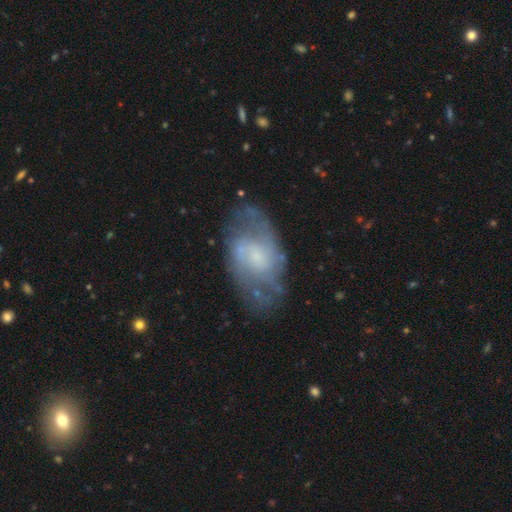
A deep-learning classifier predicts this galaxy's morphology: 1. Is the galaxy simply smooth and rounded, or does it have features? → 72% featured or disk, 21% smooth, 7% star or artifact.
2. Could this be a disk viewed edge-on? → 95% no, 5% yes.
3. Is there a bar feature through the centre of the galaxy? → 57% no, 37% weak, 6% strong.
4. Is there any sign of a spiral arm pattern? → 81% yes, 19% no.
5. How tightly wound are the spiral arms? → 44% medium, 32% tight, 24% loose.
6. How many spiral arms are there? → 56% 2, 31% can't tell, 5% 3, 3% 1, 3% 4, 2% more than 4.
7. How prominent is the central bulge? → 51% small, 26% moderate, 16% none, 5% large, 1% dominant.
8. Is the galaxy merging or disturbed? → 69% none, 19% minor disturbance, 10% major disturbance, 2% merger.